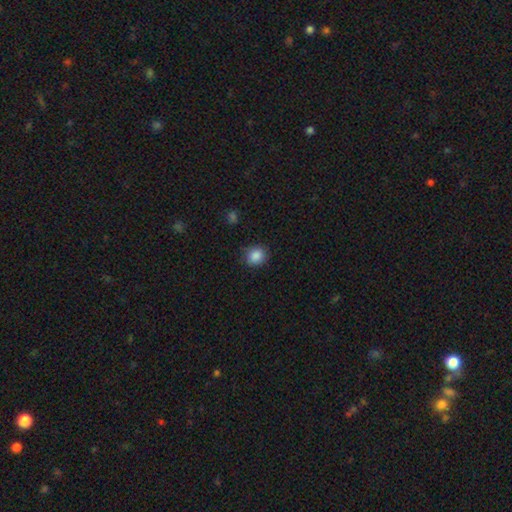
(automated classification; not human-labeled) Morphology: type=smooth (87%); roundness=round (76%); merging=none (83%).